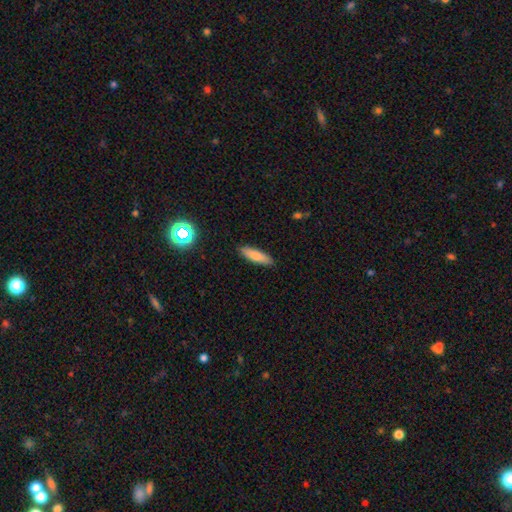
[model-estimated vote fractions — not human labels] Smooth or featured: smooth — 78% (featured or disk — 14%)
How rounded: cigar-shaped — 61% (in between — 37%)
Merging: none — 89% (minor disturbance — 8%)